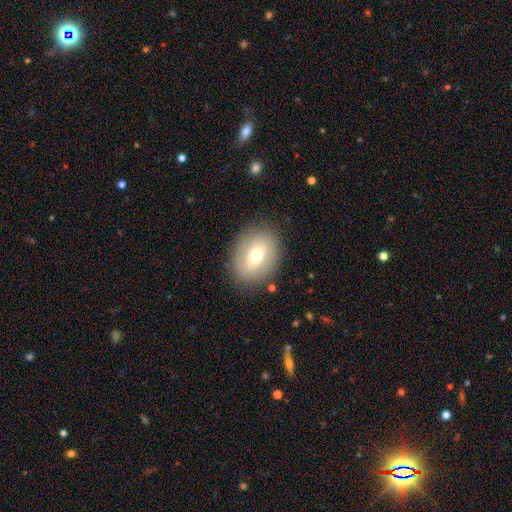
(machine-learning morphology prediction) type=smooth (64%); roundness=in between (68%); merging=none (85%).